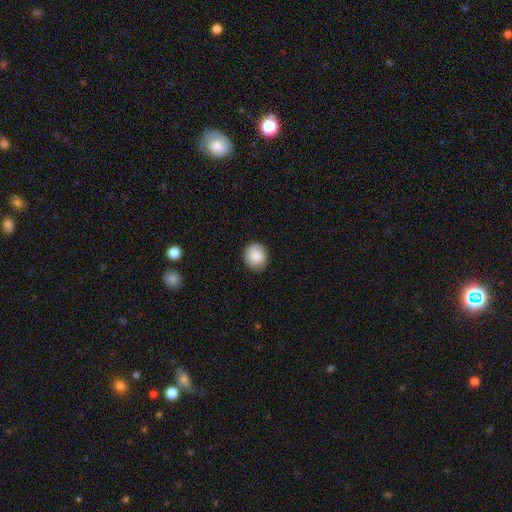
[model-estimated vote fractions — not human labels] Smooth or featured? smooth (88%)
How rounded? round (75%)
Merging? none (84%)